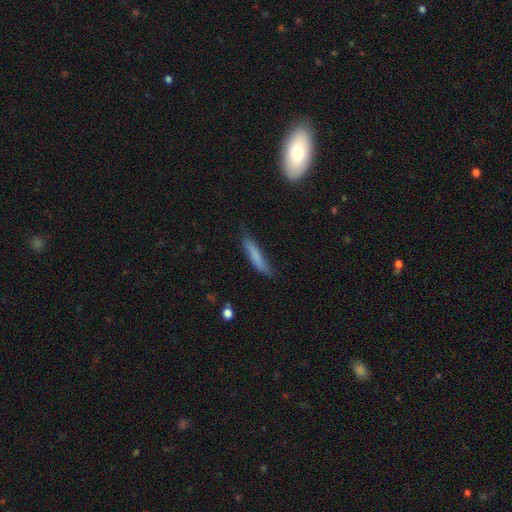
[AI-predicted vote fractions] This is likely a smooth galaxy (71%). How rounded: clearly cigar-shaped (90%). Merging: likely none (70%).